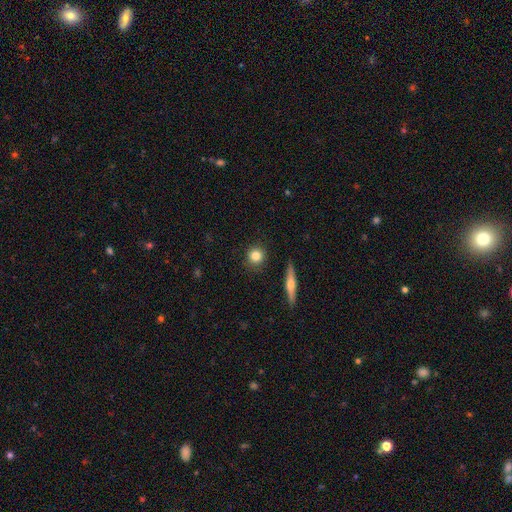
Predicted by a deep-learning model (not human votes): Smooth or featured? Predicted: smooth (p=0.80). How rounded? Predicted: round (p=0.91). Merging? Predicted: none (p=0.90).